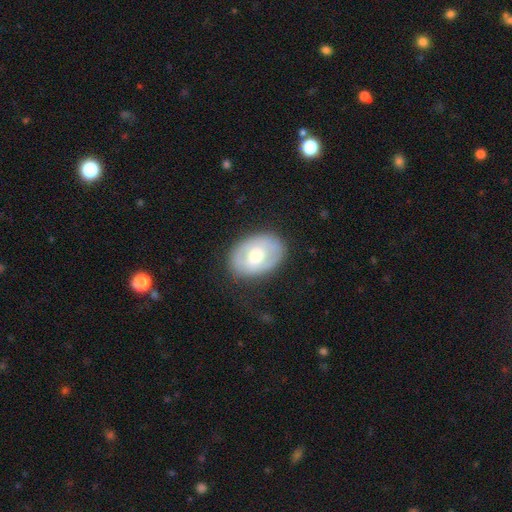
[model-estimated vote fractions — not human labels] Morphology: type=featured or disk (48%); merging=none (80%).